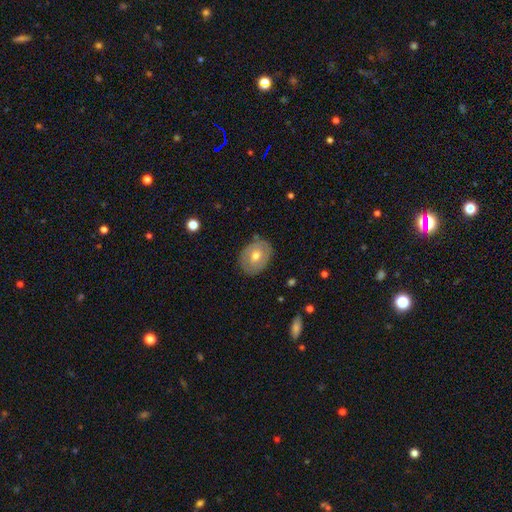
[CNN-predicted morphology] The model was most divided on "smooth or featured": smooth: 49%, featured or disk: 44%, star or artifact: 7%. More confident: merging — none (80%).